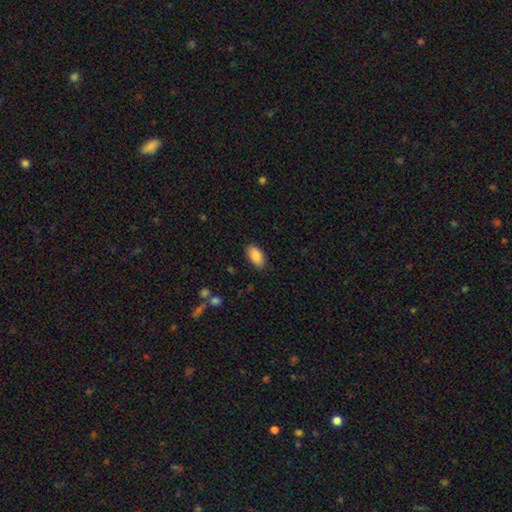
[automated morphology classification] Smooth or featured: smooth — 88% (star or artifact — 7%)
How rounded: in between — 94% (round — 3%)
Merging: none — 87% (minor disturbance — 10%)